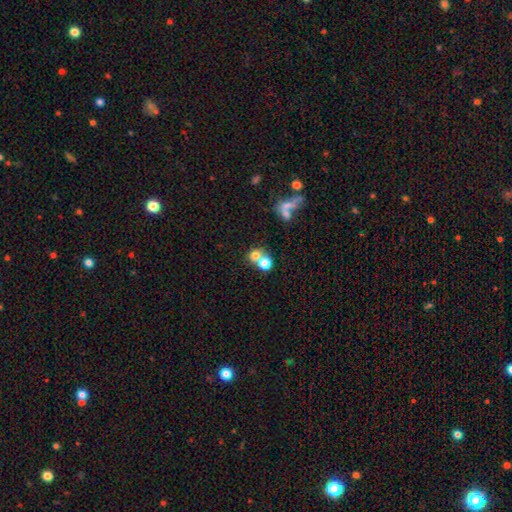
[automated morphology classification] type=smooth (71%); roundness=round (74%); merging=merger (54%).